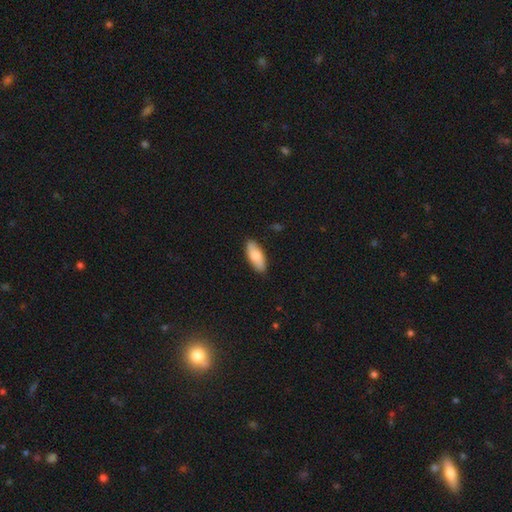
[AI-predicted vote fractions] smooth 79%, featured or disk 16%, star or artifact 5%. Down the decision tree: how rounded — in between (81%); merging — none (87%).